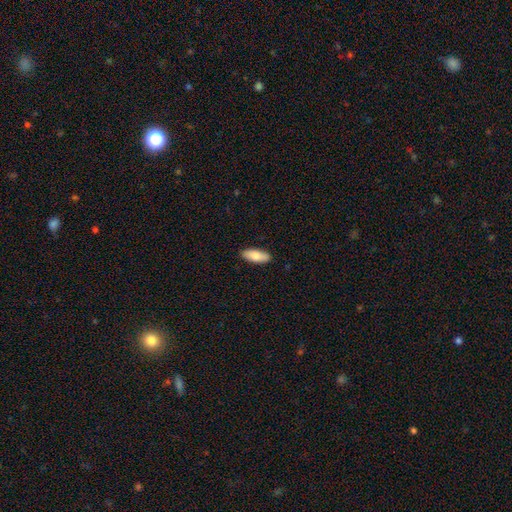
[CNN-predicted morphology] Smooth or featured? smooth (84%)
How rounded? in between (77%)
Merging? none (89%)